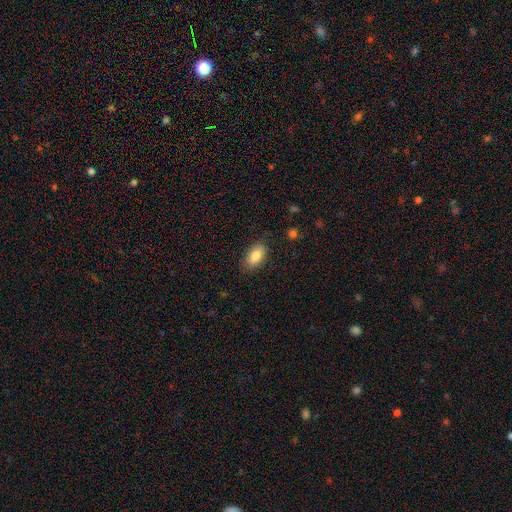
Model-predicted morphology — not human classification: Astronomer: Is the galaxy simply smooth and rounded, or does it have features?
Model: smooth — 85%.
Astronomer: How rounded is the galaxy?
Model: in between — 91%.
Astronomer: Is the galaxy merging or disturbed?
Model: none — 84%.